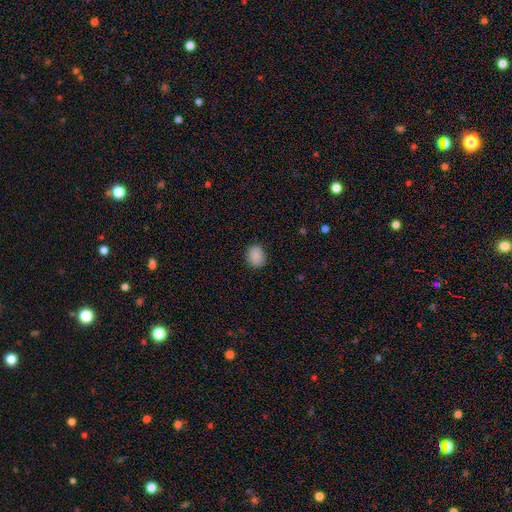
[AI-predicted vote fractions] The model was most divided on "how rounded": round: 59%, in between: 40%, cigar-shaped: 1%. More confident: smooth or featured — smooth (88%); merging — none (86%).